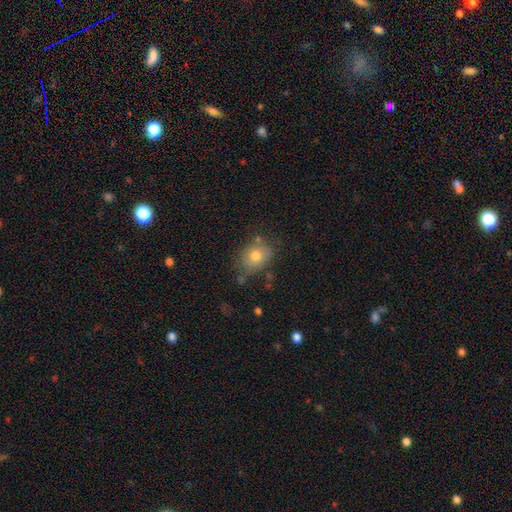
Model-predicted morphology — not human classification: A smooth galaxy with no disk features (75%) that is in between round and cigar-shaped (57%).

Vote fractions:
- Smooth or featured? smooth: 75% / featured or disk: 14% / star or artifact: 10%
- How rounded? in between: 57% / round: 42% / cigar-shaped: 1%
- Merging? none: 69% / minor disturbance: 20% / merger: 6% / major disturbance: 6%